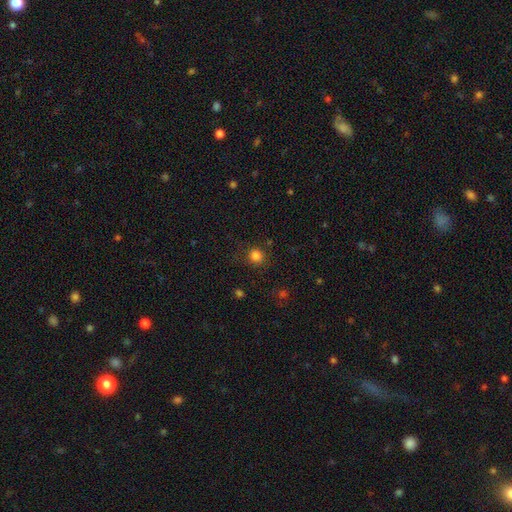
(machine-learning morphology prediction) Smooth or featured?
  - smooth: 82% *
  - star or artifact: 13%
  - featured or disk: 4%
How rounded?
  - round: 87% *
  - in between: 12%
  - cigar-shaped: 1%
Merging?
  - none: 84% *
  - minor disturbance: 10%
  - major disturbance: 4%
  - merger: 2%